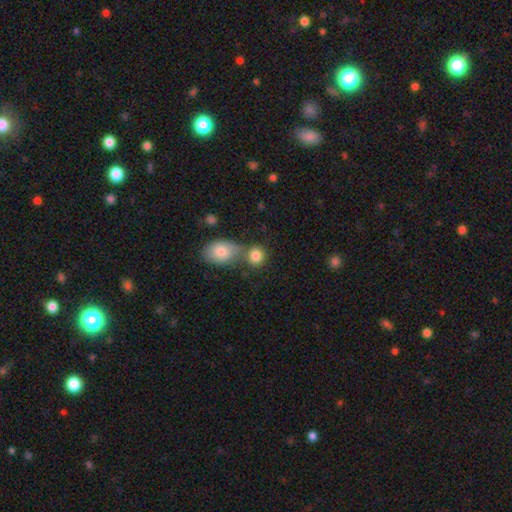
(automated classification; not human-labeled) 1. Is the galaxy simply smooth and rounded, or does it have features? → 84% smooth, 9% star or artifact, 7% featured or disk.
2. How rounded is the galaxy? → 70% round, 28% in between, 1% cigar-shaped.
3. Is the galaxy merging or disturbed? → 49% none, 37% merger, 10% minor disturbance, 4% major disturbance.